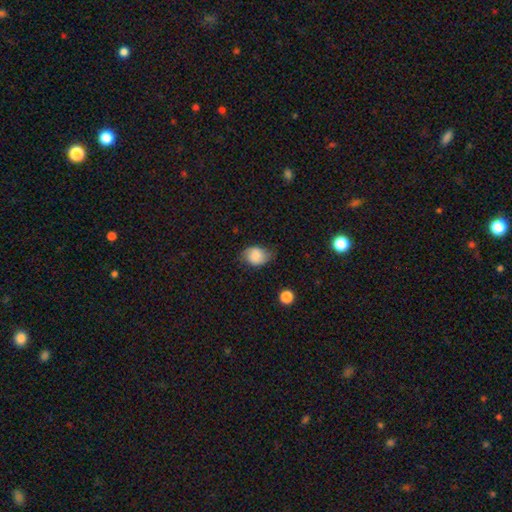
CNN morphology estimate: The model was most divided on "how rounded": in between: 56%, round: 43%, cigar-shaped: 1%. More confident: smooth or featured — smooth (79%); merging — none (62%).